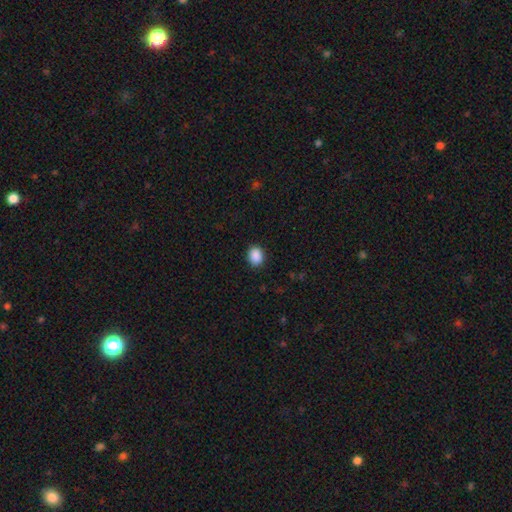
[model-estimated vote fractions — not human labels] Smooth or featured? smooth (89%)
How rounded? in between (53%)
Merging? none (89%)